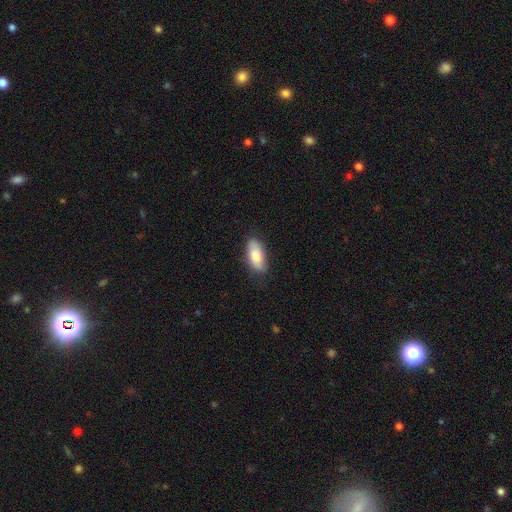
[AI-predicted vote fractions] smooth_or_featured: smooth (p=0.79) [alt: featured or disk p=0.14]
how_rounded: in between (p=0.85) [alt: cigar-shaped p=0.12]
merging: none (p=0.76) [alt: minor disturbance p=0.19]